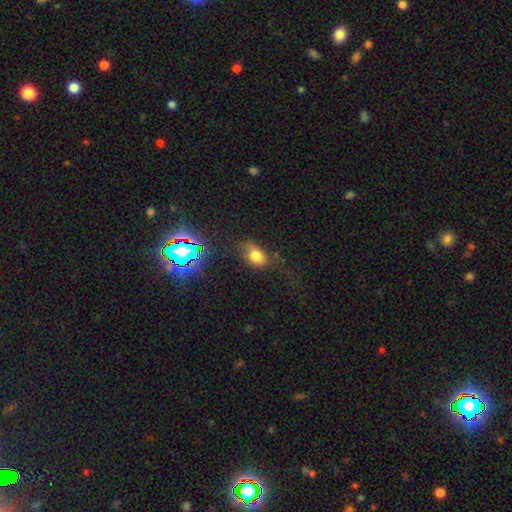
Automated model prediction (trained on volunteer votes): smooth-or-featured: smooth: 72% | star or artifact: 16% | featured or disk: 12%
  how-rounded: in between: 76% | round: 22% | cigar-shaped: 2%
  merging: none: 56% | minor disturbance: 26% | major disturbance: 15% | merger: 3%